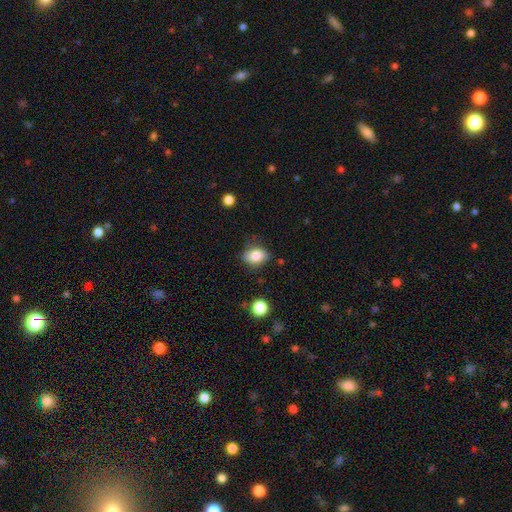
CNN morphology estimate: The model was most divided on "how rounded": in between: 73%, round: 25%, cigar-shaped: 1%. More confident: smooth or featured — smooth (84%); merging — none (71%).